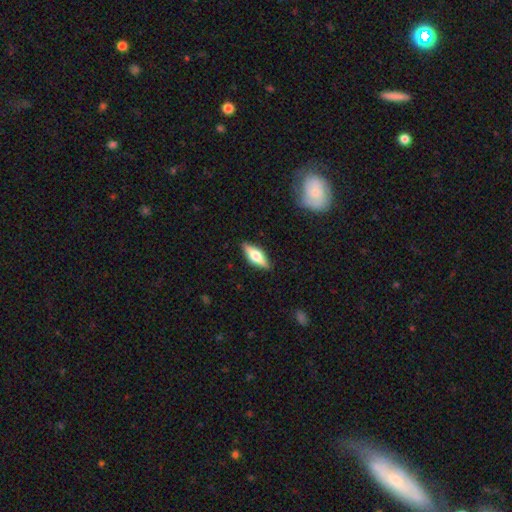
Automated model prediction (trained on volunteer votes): smooth-or-featured: featured or disk: 48% | smooth: 46% | star or artifact: 6%
  merging: none: 87% | minor disturbance: 9% | major disturbance: 2% | merger: 1%